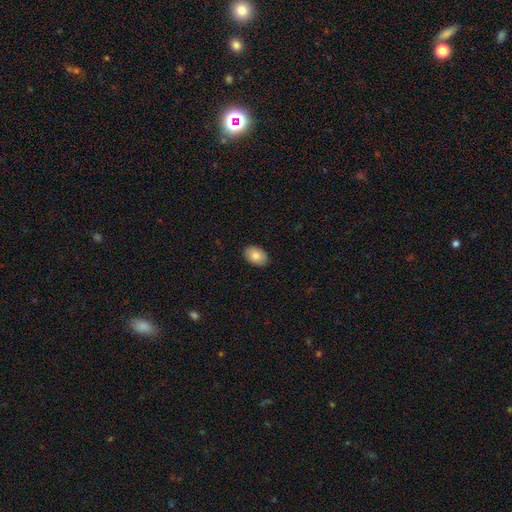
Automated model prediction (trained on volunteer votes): smooth-or-featured: smooth: 85% | featured or disk: 9% | star or artifact: 7%
  how-rounded: in between: 86% | round: 13% | cigar-shaped: 1%
  merging: none: 89% | minor disturbance: 8% | major disturbance: 2% | merger: 1%